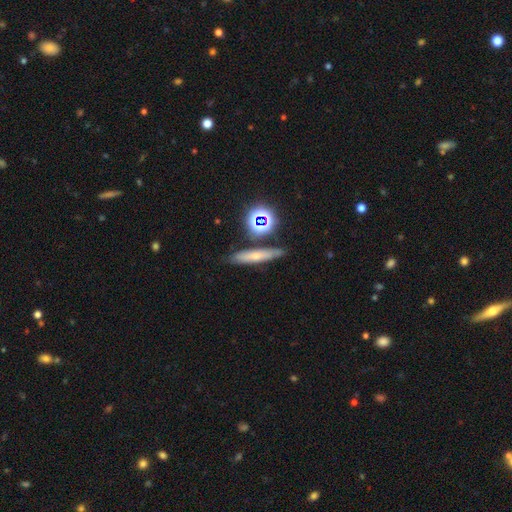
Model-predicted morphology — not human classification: smooth 52%, featured or disk 29%, star or artifact 19%. Down the decision tree: how rounded — cigar-shaped (72%); merging — none (78%).